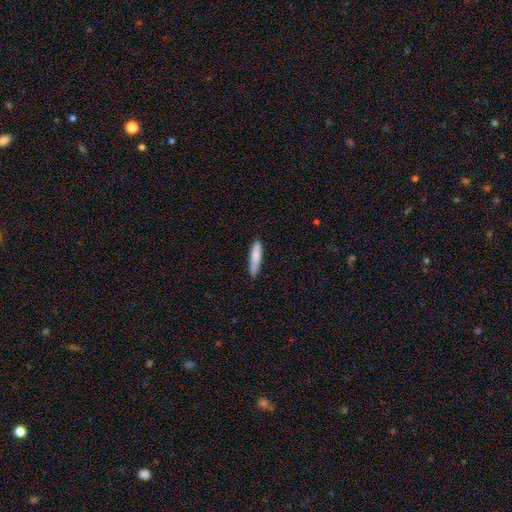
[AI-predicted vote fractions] Smooth or featured? Predicted: smooth (p=0.82). How rounded? Predicted: cigar-shaped (p=0.79). Merging? Predicted: none (p=0.78).